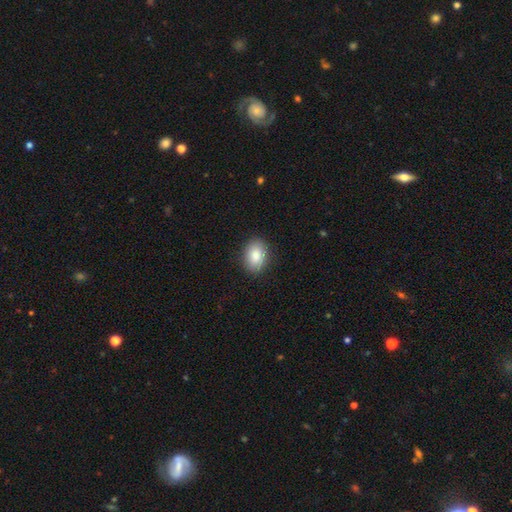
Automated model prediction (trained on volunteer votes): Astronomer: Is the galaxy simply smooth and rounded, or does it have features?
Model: smooth — 87%.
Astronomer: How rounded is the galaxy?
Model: in between — 81%.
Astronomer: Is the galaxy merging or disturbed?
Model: none — 88%.